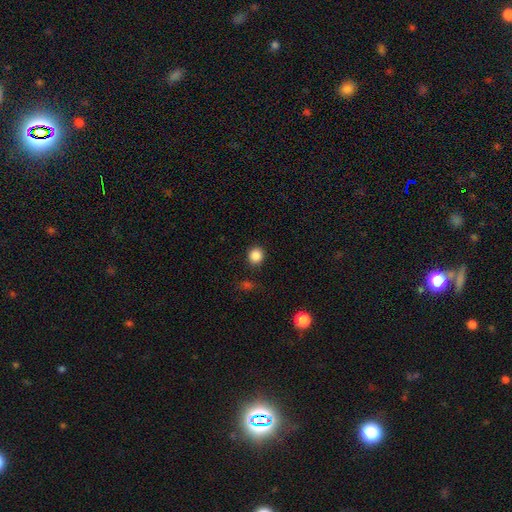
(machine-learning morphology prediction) Smooth or featured?
  - smooth: 86% *
  - star or artifact: 11%
  - featured or disk: 3%
How rounded?
  - round: 88% *
  - in between: 11%
  - cigar-shaped: 1%
Merging?
  - none: 88% *
  - minor disturbance: 7%
  - major disturbance: 3%
  - merger: 2%